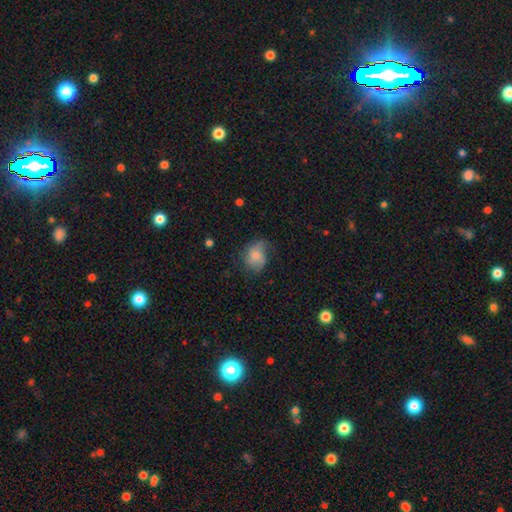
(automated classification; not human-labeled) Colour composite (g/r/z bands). It shows a smooth galaxy with no disk features (72%) that is in between round and cigar-shaped (54%). Merging: none (43%).